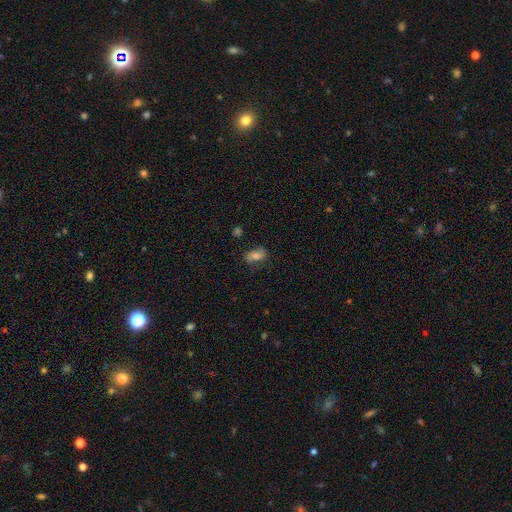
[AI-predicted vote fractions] This appears to be a smooth galaxy with no disk features (62%) that is in between round and cigar-shaped (86%). Merging: none (72%).